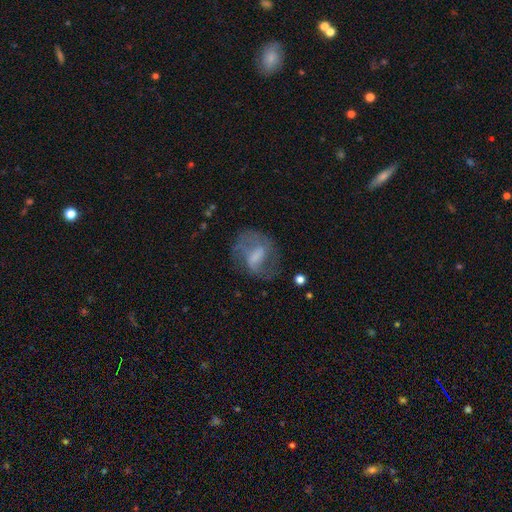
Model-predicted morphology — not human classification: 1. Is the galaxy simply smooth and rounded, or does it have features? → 63% featured or disk, 28% smooth, 9% star or artifact.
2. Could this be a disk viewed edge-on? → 96% no, 4% yes.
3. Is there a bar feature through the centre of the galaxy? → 44% weak, 32% strong, 24% no.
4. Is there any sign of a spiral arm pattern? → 72% yes, 28% no.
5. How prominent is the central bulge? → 38% none, 26% moderate, 20% small, 15% large, 2% dominant.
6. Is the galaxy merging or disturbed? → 57% none, 21% minor disturbance, 20% major disturbance, 2% merger.